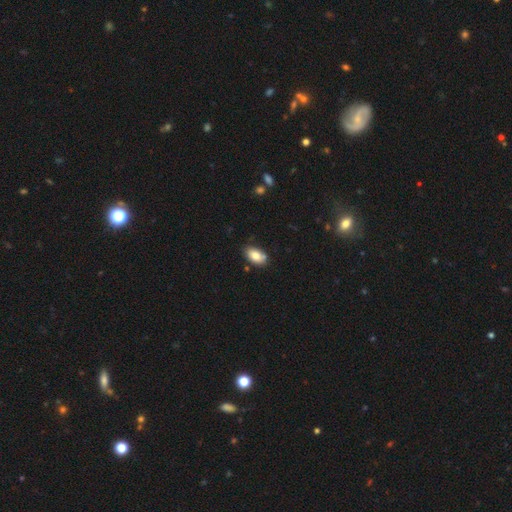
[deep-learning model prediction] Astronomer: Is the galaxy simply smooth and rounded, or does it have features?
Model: smooth — 82%.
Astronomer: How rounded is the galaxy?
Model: in between — 92%.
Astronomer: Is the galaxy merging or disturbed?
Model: none — 76%.